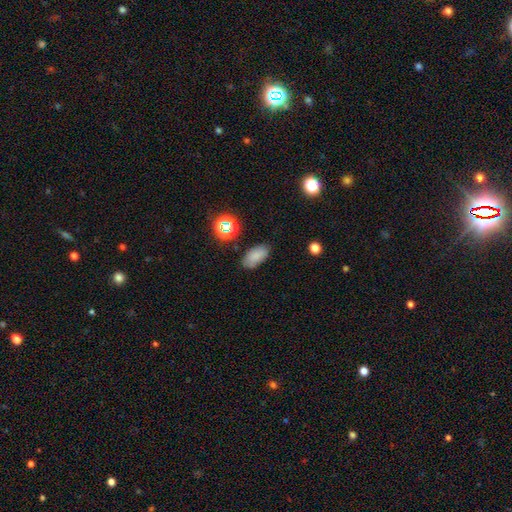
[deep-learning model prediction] smooth 80%, star or artifact 12%, featured or disk 8%. Down the decision tree: how rounded — in between (92%); merging — none (80%).